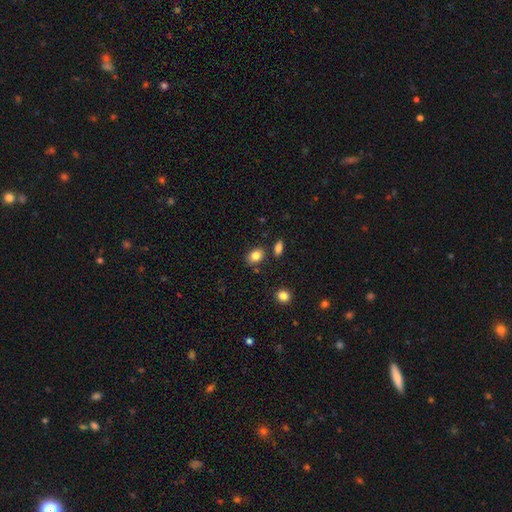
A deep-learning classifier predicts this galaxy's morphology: type=smooth (84%); roundness=in between (67%); merging=none (79%).